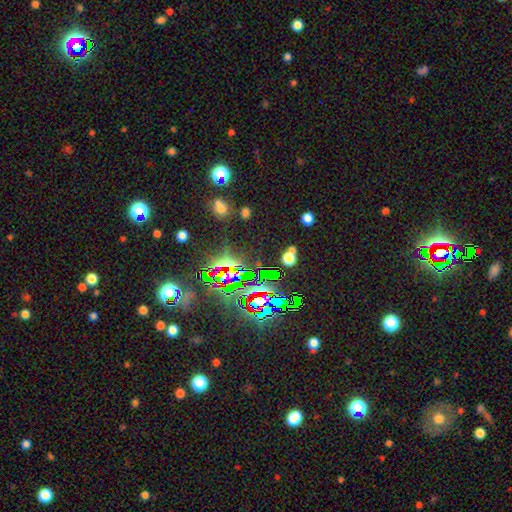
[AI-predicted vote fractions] A star or artifact, not a galaxy (83%).

Vote fractions:
- Smooth or featured? star or artifact: 83% / smooth: 9% / featured or disk: 8%